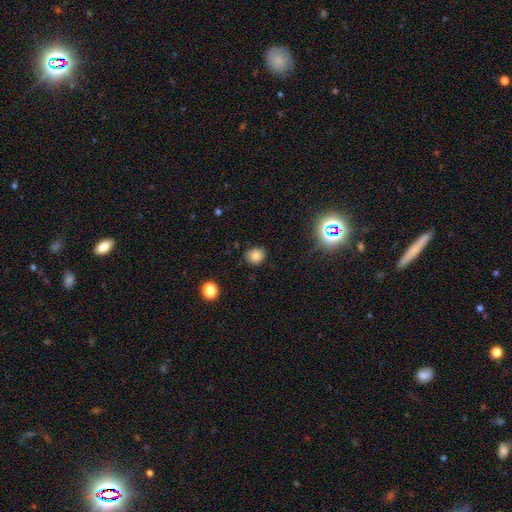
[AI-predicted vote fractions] smooth-or-featured: smooth: 80% | star or artifact: 15% | featured or disk: 5%
  how-rounded: round: 73% | in between: 26% | cigar-shaped: 1%
  merging: none: 82% | minor disturbance: 14% | major disturbance: 3% | merger: 2%